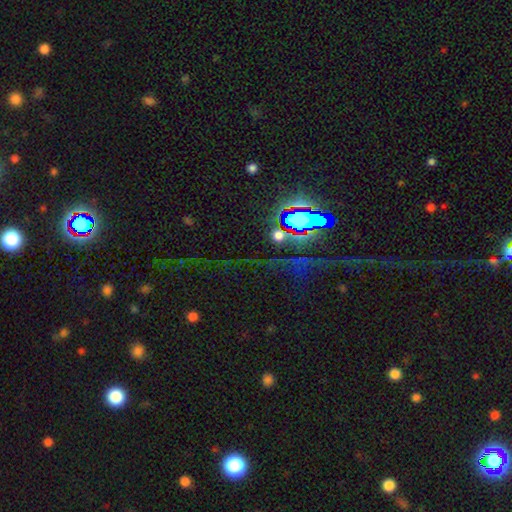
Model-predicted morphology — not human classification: type=star or artifact (80%).